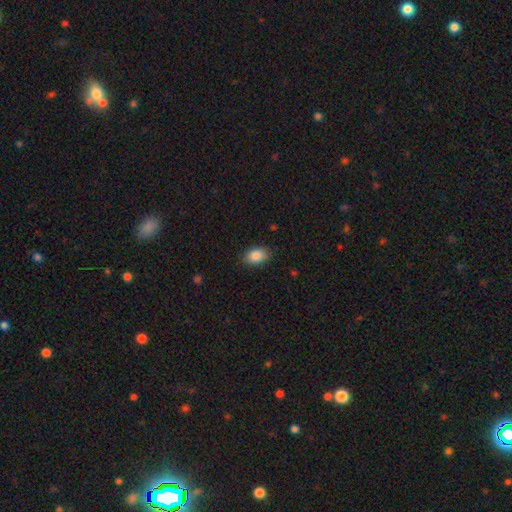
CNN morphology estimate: The model was most divided on "how rounded": in between: 86%, round: 13%, cigar-shaped: 1%. More confident: smooth or featured — smooth (86%); merging — none (85%).